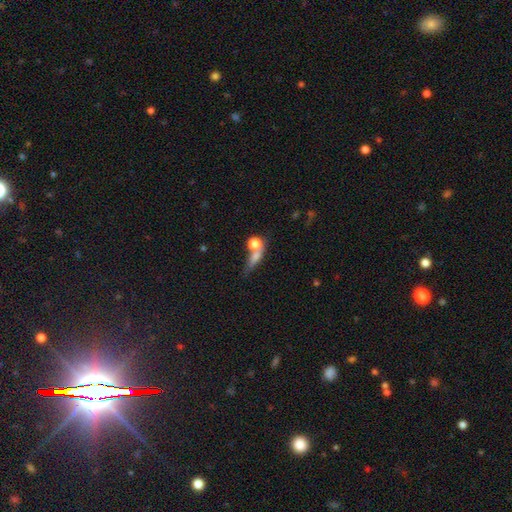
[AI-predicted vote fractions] Smooth or featured: smooth — 64% (featured or disk — 21%)
How rounded: round — 38% (cigar-shaped — 32%)
Merging: none — 36% (tied with merger — 36%)